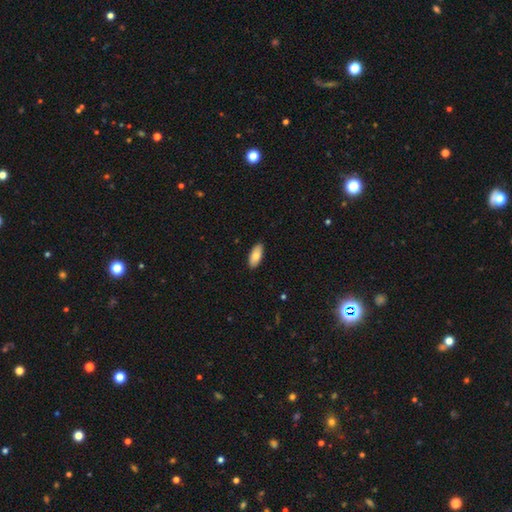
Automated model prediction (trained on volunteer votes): smooth_or_featured: smooth (p=0.80) [alt: featured or disk p=0.14]
how_rounded: in between (p=0.87) [alt: cigar-shaped p=0.11]
merging: none (p=0.89) [alt: minor disturbance p=0.09]